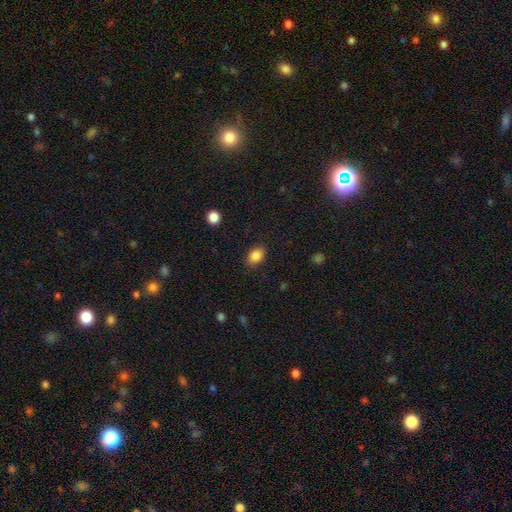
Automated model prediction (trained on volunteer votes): smooth_or_featured: smooth (p=0.85) [alt: star or artifact p=0.09]
how_rounded: in between (p=0.79) [alt: round p=0.20]
merging: none (p=0.85) [alt: minor disturbance p=0.11]